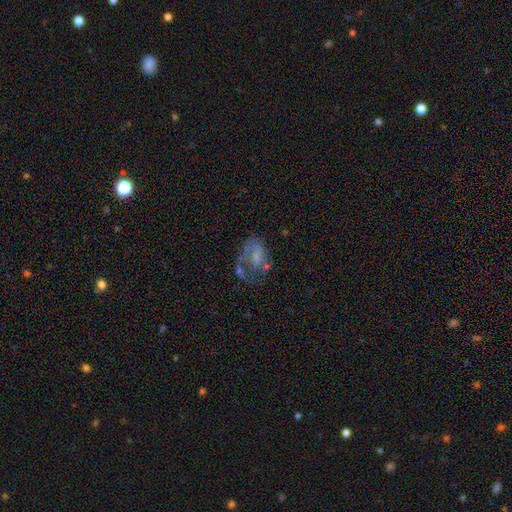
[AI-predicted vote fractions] Smooth or featured: featured or disk — 58% (smooth — 31%)
Edge-on disk: no — 97% (yes — 3%)
Bar: no — 62% (weak — 31%)
Spiral arms: no — 51% (yes — 49%)
Bulge size: small — 38% (none — 32%)
Merging: major disturbance — 39% (none — 30%)